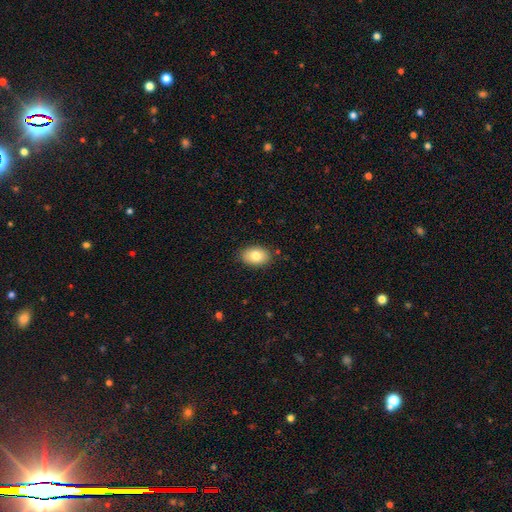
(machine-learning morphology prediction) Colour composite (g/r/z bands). It shows a smooth galaxy with no disk features (81%) that is in between round and cigar-shaped (86%). Merging: none (86%).